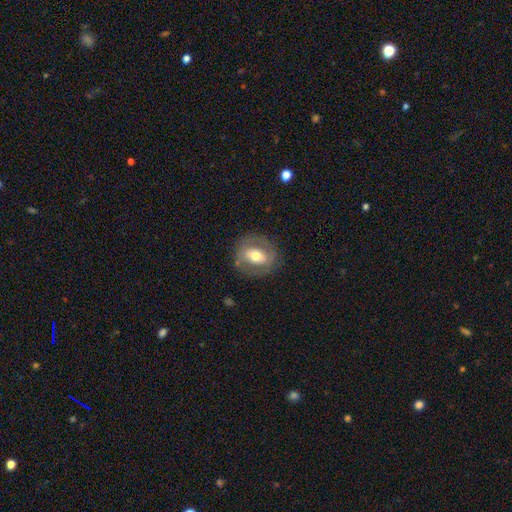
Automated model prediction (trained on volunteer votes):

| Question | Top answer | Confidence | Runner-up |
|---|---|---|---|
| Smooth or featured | smooth | 48% | featured or disk (45%) |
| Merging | none | 79% | minor disturbance (13%) |